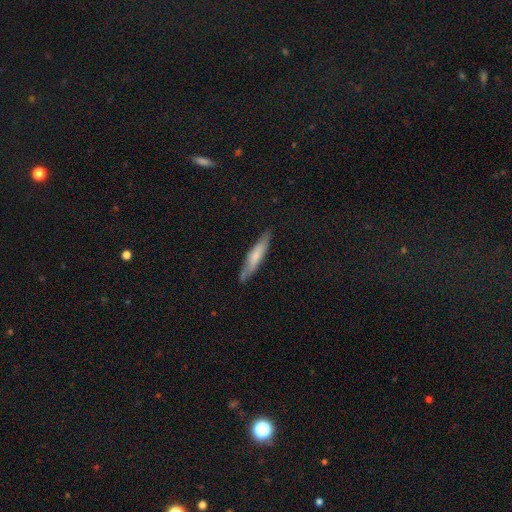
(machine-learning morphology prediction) A smooth galaxy with no disk features (61%) that is cigar-shaped (86%). Merging: none (82%).